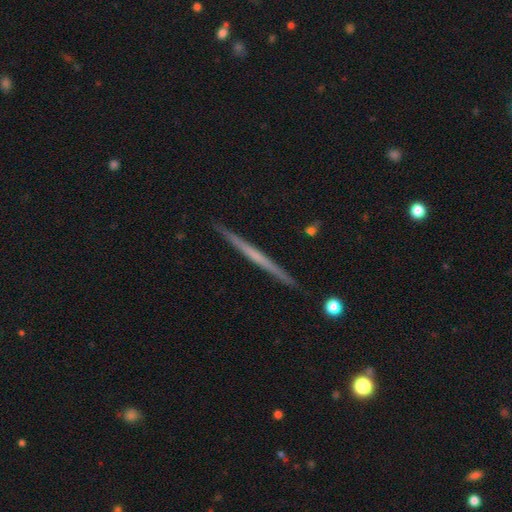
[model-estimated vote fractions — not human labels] Smooth or featured?
  - featured or disk: 61% *
  - smooth: 34%
  - star or artifact: 6%
Edge-on disk?
  - yes: 98% *
  - no: 2%
Edge-on bulge?
  - none: 89% *
  - rounded: 8%
  - boxy: 3%
Merging?
  - none: 92% *
  - minor disturbance: 5%
  - major disturbance: 1%
  - merger: 1%